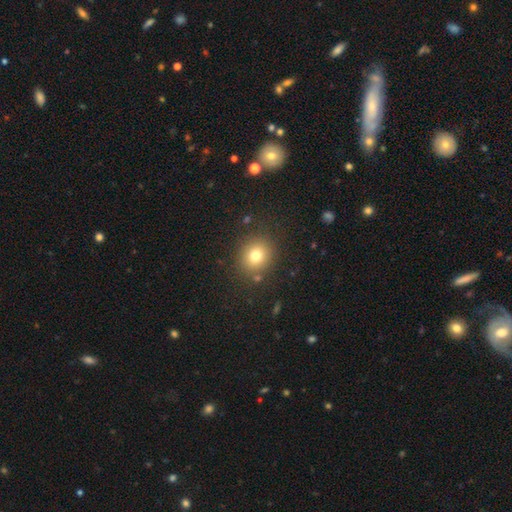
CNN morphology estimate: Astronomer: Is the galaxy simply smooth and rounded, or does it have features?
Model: smooth — 76%.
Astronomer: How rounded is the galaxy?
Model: round — 78%.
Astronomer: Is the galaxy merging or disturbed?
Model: none — 85%.